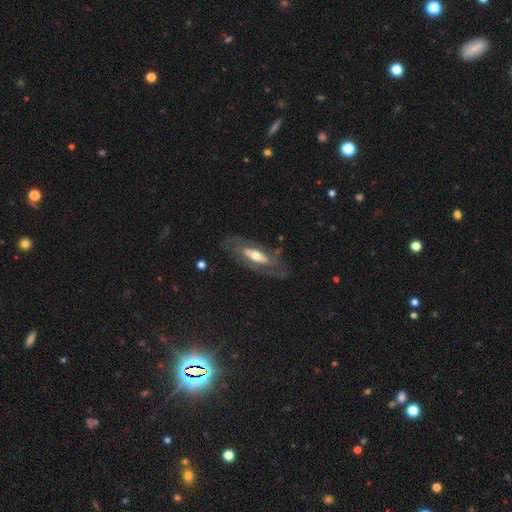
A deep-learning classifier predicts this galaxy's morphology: type=featured or disk (70%); edge-on=no (82%); bar=no (57%); spiral arms=yes (60%); bulge=moderate (62%); merging=none (68%).